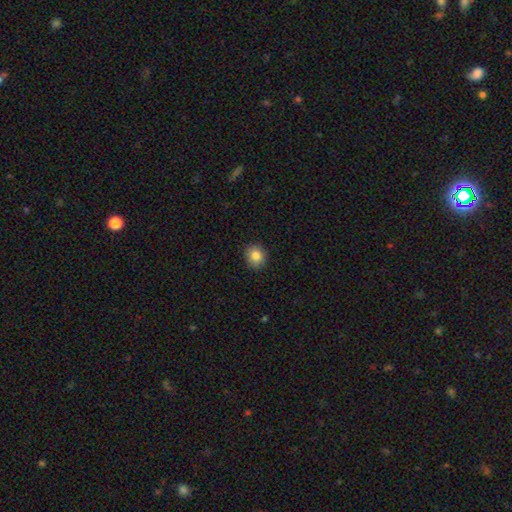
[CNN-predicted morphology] type=smooth (85%); roundness=round (79%); merging=none (90%).